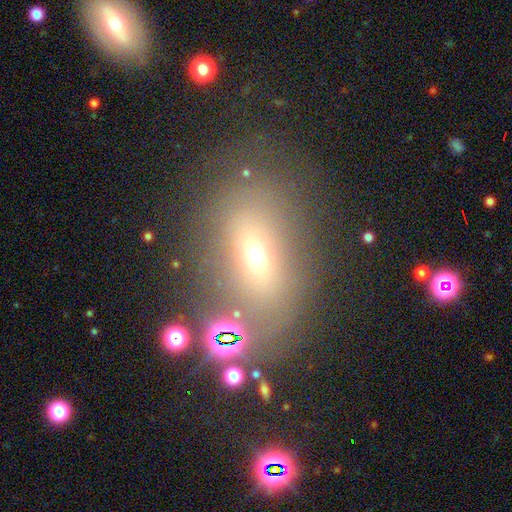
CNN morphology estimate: type=smooth (56%); roundness=in between (68%); merging=none (68%).